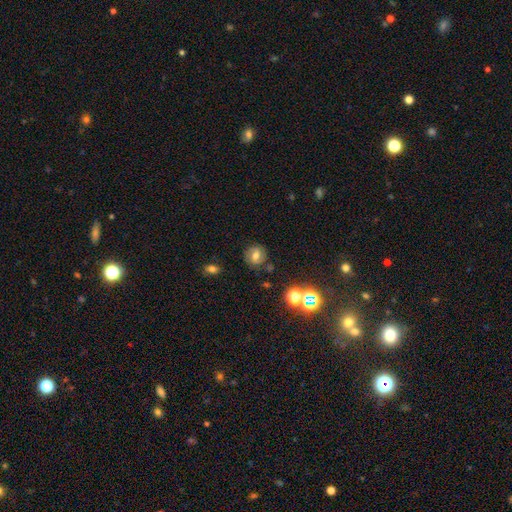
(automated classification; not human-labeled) Overall: smooth (52%; featured or disk 31%). How rounded: round (83%). Merging: none (81%).